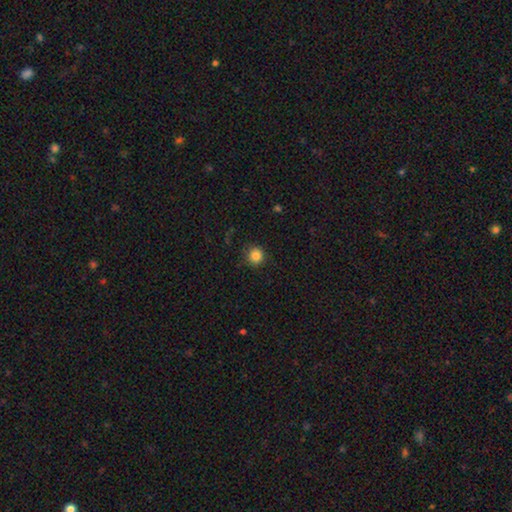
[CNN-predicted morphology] Smooth or featured? Predicted: smooth (p=0.84). How rounded? Predicted: round (p=0.93). Merging? Predicted: none (p=0.87).